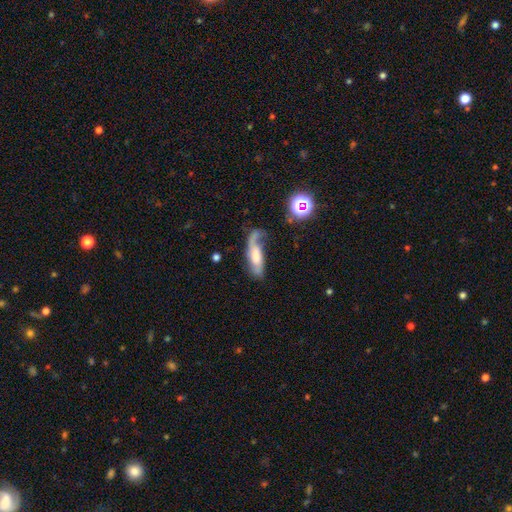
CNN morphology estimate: Smooth or featured? featured or disk (50%)
Edge-on disk? no (79%)
Merging? major disturbance (35%)